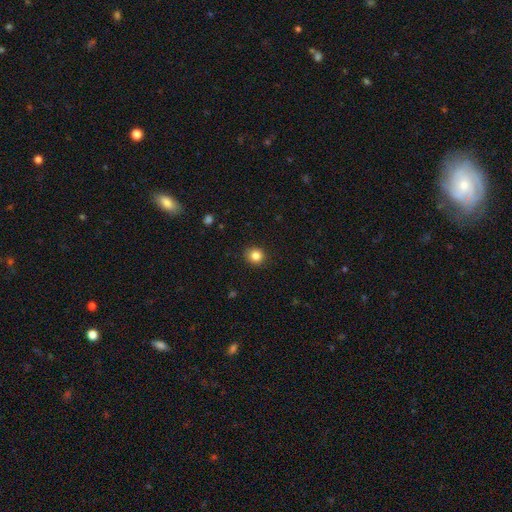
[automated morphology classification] Overall: smooth (85%). How rounded: round (87%). Merging: none (90%).